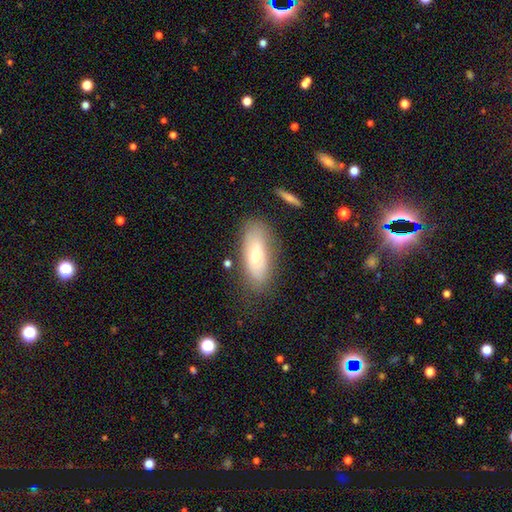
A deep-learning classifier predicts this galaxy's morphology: smooth_or_featured: smooth (p=0.60) [alt: featured or disk p=0.31]
how_rounded: in between (p=0.78) [alt: cigar-shaped p=0.19]
merging: none (p=0.73) [alt: minor disturbance p=0.18]